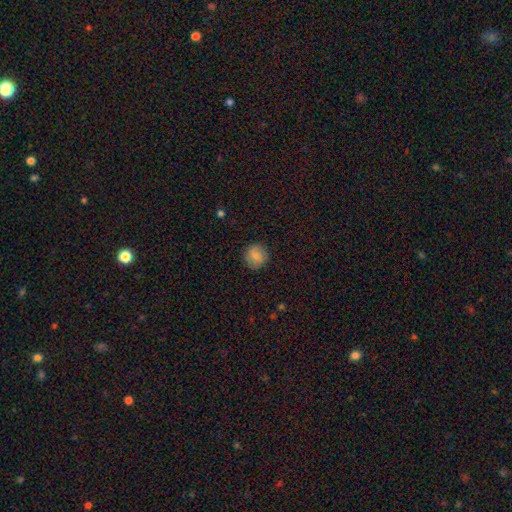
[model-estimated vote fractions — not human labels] Smooth or featured?
  - smooth: 81% *
  - featured or disk: 10%
  - star or artifact: 9%
How rounded?
  - round: 91% *
  - in between: 8%
  - cigar-shaped: 1%
Merging?
  - none: 89% *
  - minor disturbance: 8%
  - major disturbance: 2%
  - merger: 1%